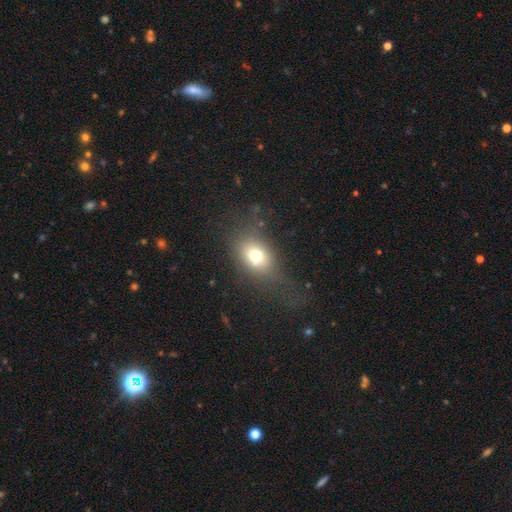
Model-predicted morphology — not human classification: Smooth or featured: smooth — 70% (featured or disk — 17%)
How rounded: in between — 63% (round — 35%)
Merging: none — 61% (minor disturbance — 18%)